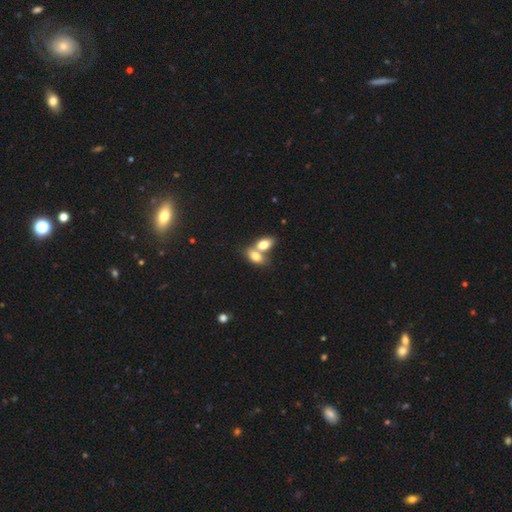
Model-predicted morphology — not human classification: The model was most divided on "merging": merger: 66%, none: 25%, minor disturbance: 7%, major disturbance: 3%. More confident: how rounded — in between (86%); smooth or featured — smooth (76%).